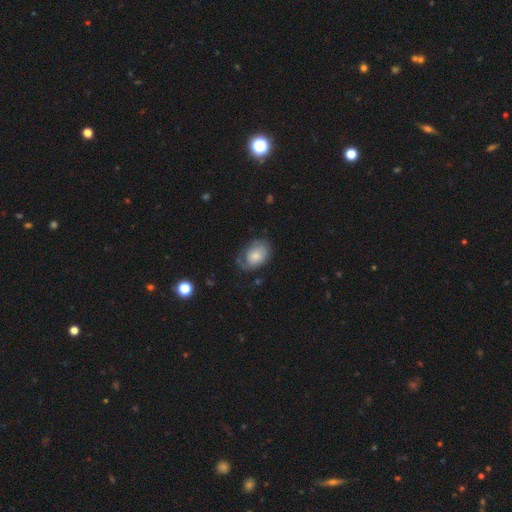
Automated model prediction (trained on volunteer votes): The model was most divided on "merging": none: 52%, minor disturbance: 30%, major disturbance: 16%, merger: 2%. More confident: how rounded — in between (80%); smooth or featured — smooth (66%).